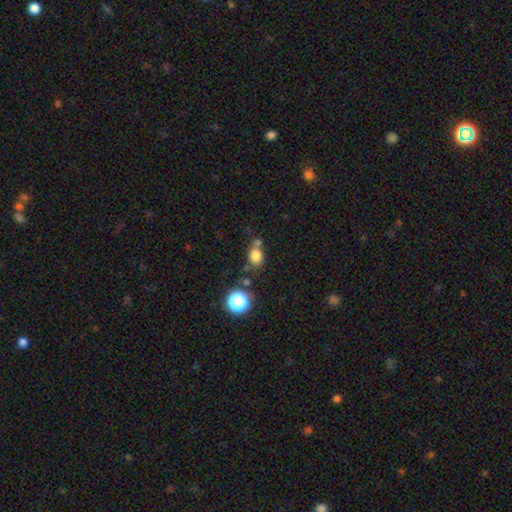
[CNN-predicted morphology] Smooth or featured? Predicted: smooth (p=0.78). How rounded? Predicted: round (p=0.50). Merging? Predicted: none (p=0.55).